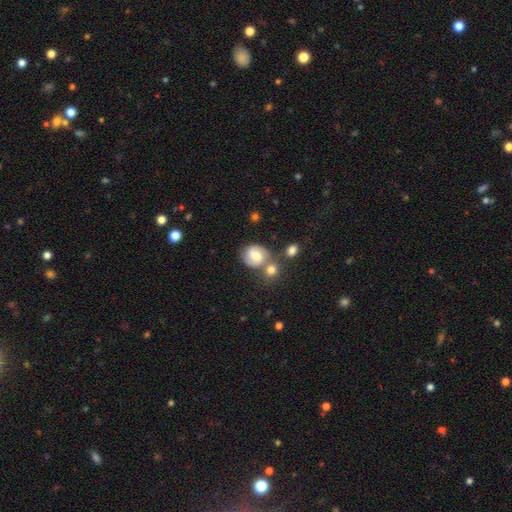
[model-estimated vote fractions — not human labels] Smooth or featured?
  - featured or disk: 52% *
  - smooth: 39%
  - star or artifact: 9%
Edge-on disk?
  - no: 97% *
  - yes: 3%
Bar?
  - weak: 51% *
  - no: 34%
  - strong: 15%
Spiral arms?
  - yes: 86% *
  - no: 14%
Bulge size?
  - moderate: 57% *
  - small: 22%
  - large: 12%
  - none: 6%
  - dominant: 2%
Merging?
  - none: 55% *
  - merger: 24%
  - minor disturbance: 15%
  - major disturbance: 6%